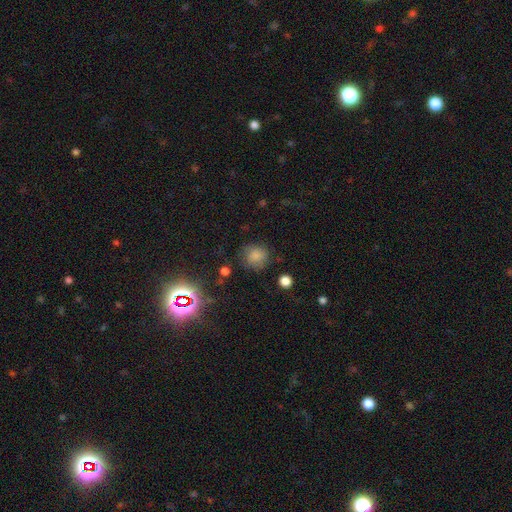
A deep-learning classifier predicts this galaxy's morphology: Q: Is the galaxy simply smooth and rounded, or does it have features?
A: smooth — 78%.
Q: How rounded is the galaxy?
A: round — 86%.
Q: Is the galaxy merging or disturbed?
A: none — 76%.